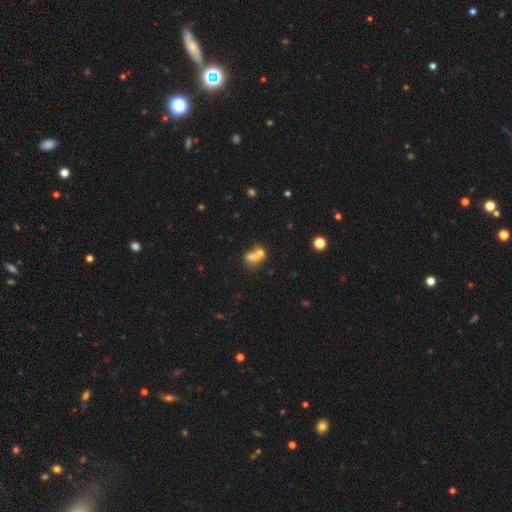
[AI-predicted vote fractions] Q: Smooth or featured?
A: smooth (65%); runner-up: featured or disk (21%)
Q: How rounded?
A: in between (61%); runner-up: round (35%)
Q: Merging?
A: merger (61%); runner-up: none (24%)